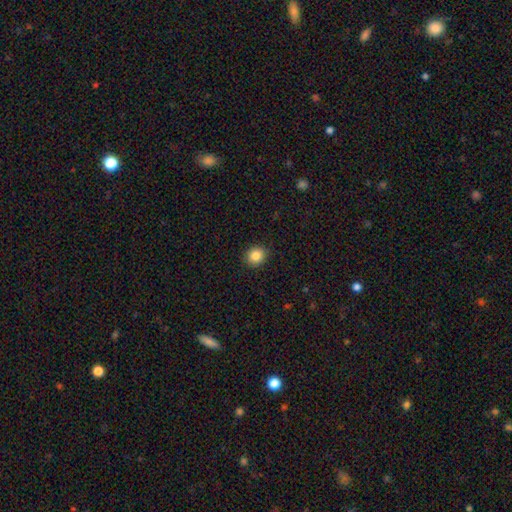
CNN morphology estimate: Smooth or featured? smooth (85%)
How rounded? round (79%)
Merging? none (90%)